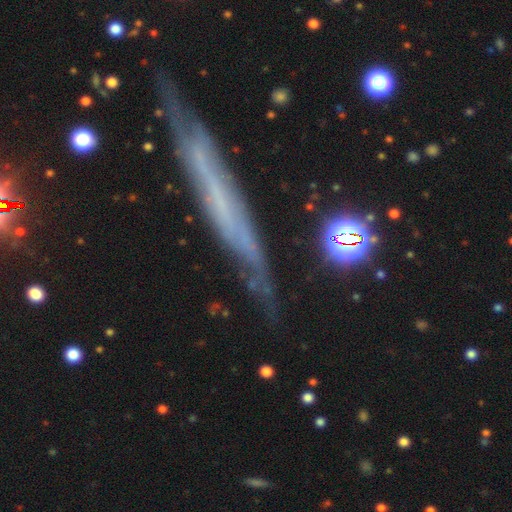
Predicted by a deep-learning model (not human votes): Smooth or featured: featured or disk — 54% (smooth — 32%)
Edge-on disk: yes — 79% (no — 21%)
Merging: none — 70% (minor disturbance — 20%)